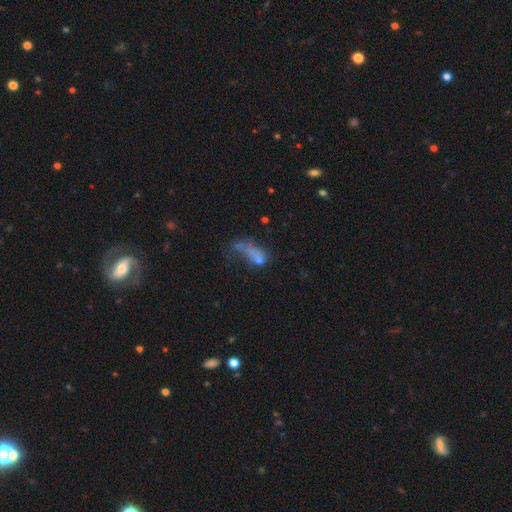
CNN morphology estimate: This appears to be a smooth galaxy with no disk features (51%) that is in between round and cigar-shaped (77%). Merging: major disturbance (47%).